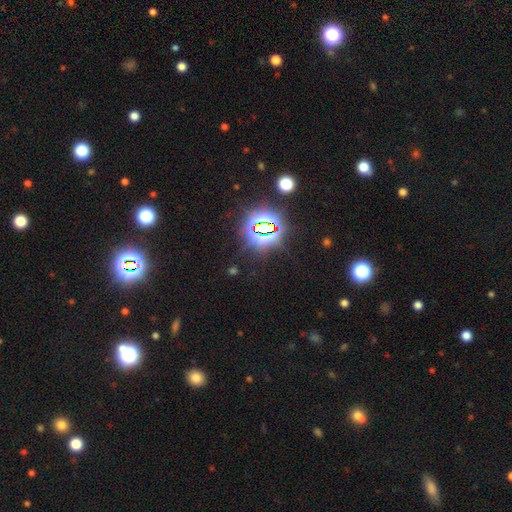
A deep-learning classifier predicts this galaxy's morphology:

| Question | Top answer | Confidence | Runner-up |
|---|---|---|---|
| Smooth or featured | star or artifact | 80% | smooth (13%) |